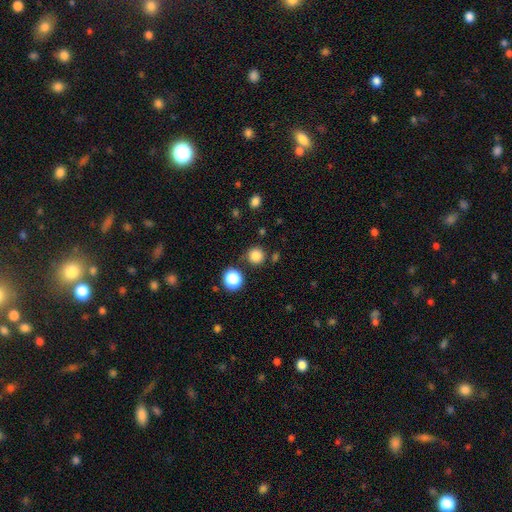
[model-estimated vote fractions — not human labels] A smooth galaxy with no disk features (83%) that is round (94%). Merging: none (83%).